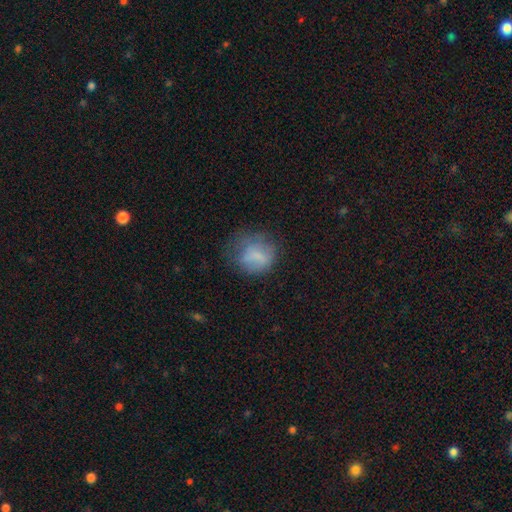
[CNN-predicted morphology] A smooth galaxy with no disk features (67%) that is round (70%). Merging: none (50%).